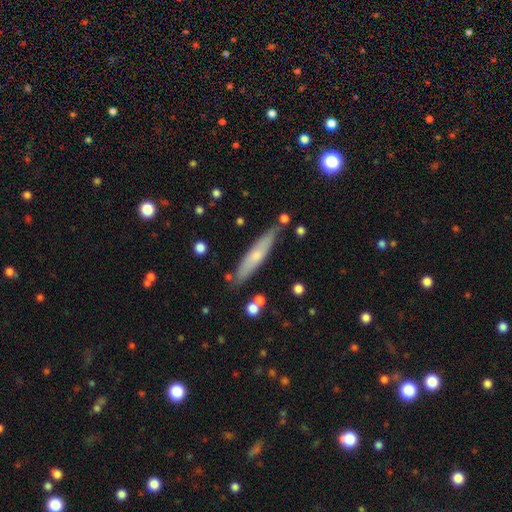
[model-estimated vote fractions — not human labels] The model was most divided on "smooth or featured": smooth: 54%, featured or disk: 39%, star or artifact: 6%. More confident: how rounded — cigar-shaped (87%); merging — none (80%).